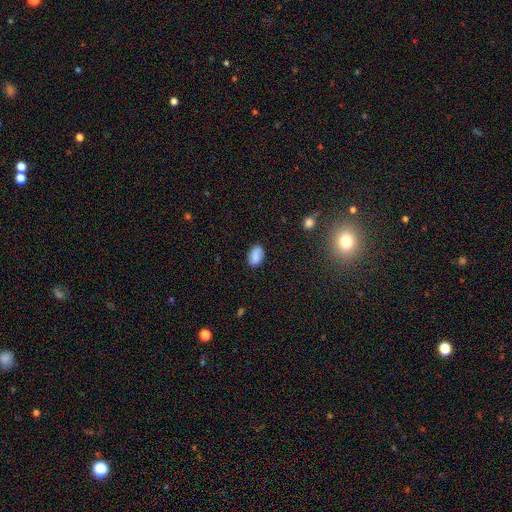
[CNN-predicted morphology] A smooth galaxy with no disk features (83%) that is in between round and cigar-shaped (88%).

Vote fractions:
- Smooth or featured? smooth: 83% / featured or disk: 9% / star or artifact: 8%
- How rounded? in between: 88% / round: 11% / cigar-shaped: 1%
- Merging? none: 82% / minor disturbance: 14% / major disturbance: 3% / merger: 2%